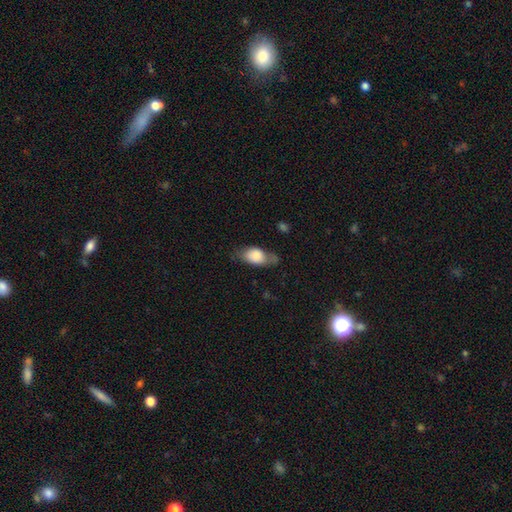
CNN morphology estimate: A smooth galaxy with no disk features (76%) that is in between round and cigar-shaped (86%). Merging: none (54%).